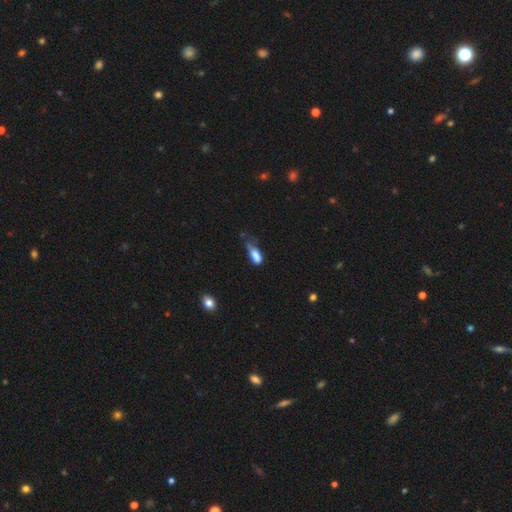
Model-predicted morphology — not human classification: Q: Smooth or featured?
A: smooth (78%); runner-up: featured or disk (12%)
Q: How rounded?
A: in between (80%); runner-up: cigar-shaped (17%)
Q: Merging?
A: minor disturbance (41%); runner-up: major disturbance (28%)